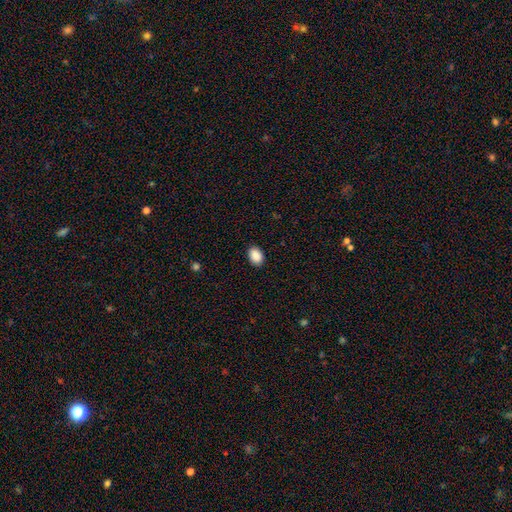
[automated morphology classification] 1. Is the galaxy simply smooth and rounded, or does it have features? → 90% smooth, 8% star or artifact, 3% featured or disk.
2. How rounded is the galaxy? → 81% in between, 18% round, 1% cigar-shaped.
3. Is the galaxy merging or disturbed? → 90% none, 7% minor disturbance, 2% major disturbance, 1% merger.